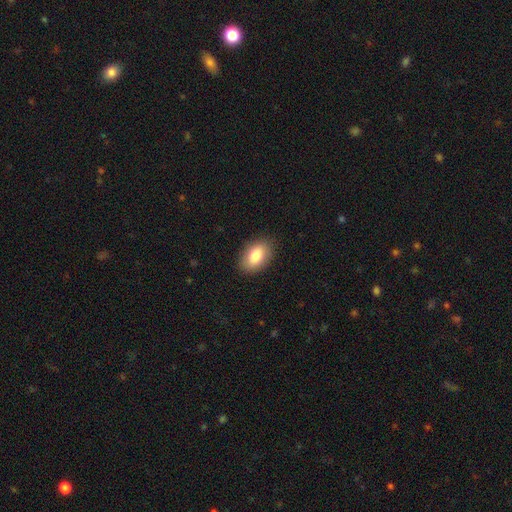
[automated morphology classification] Overall: smooth (84%). How rounded: in between (90%). Merging: none (87%).